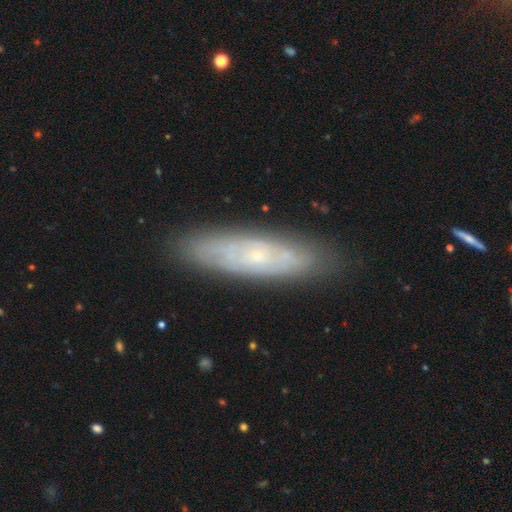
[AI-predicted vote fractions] Q: Smooth or featured?
A: featured or disk (63%); runner-up: smooth (30%)
Q: Edge-on disk?
A: no (73%); runner-up: yes (27%)
Q: Merging?
A: none (84%); runner-up: minor disturbance (12%)